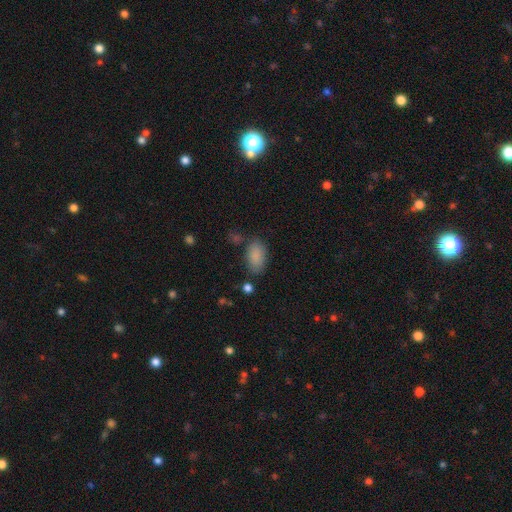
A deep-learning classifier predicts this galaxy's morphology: The model was most divided on "merging": none: 73%, minor disturbance: 16%, merger: 6%, major disturbance: 5%. More confident: how rounded — in between (93%); smooth or featured — smooth (87%).